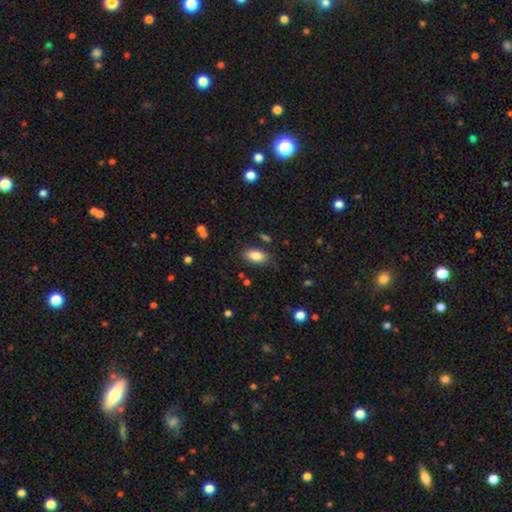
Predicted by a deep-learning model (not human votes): Overall: smooth (86%). How rounded: in between (92%). Merging: none (81%).